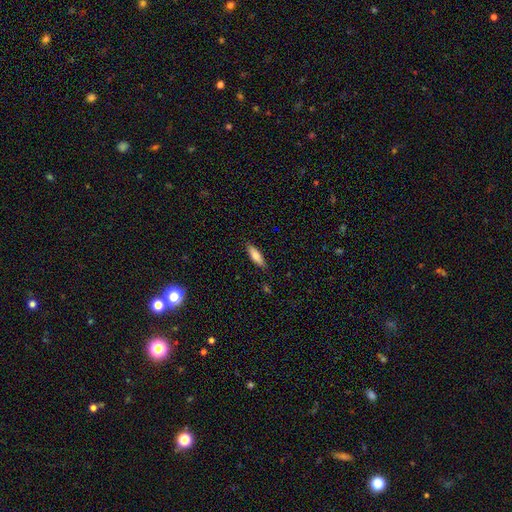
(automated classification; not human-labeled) Smooth or featured?
  - smooth: 77% *
  - featured or disk: 16%
  - star or artifact: 7%
How rounded?
  - in between: 51% *
  - cigar-shaped: 47%
  - round: 2%
Merging?
  - none: 86% *
  - minor disturbance: 11%
  - major disturbance: 2%
  - merger: 1%